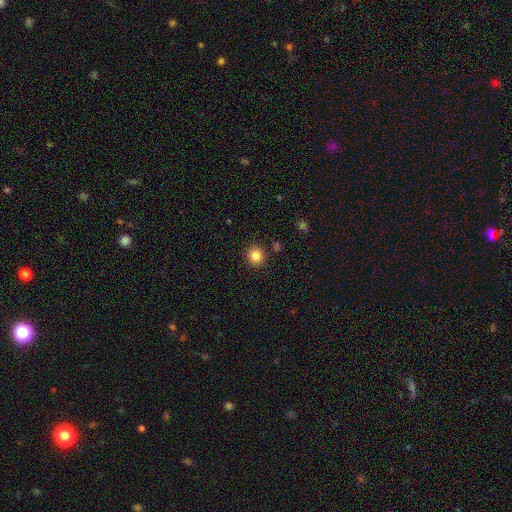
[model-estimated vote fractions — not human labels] Smooth or featured? smooth (84%)
How rounded? round (89%)
Merging? none (89%)